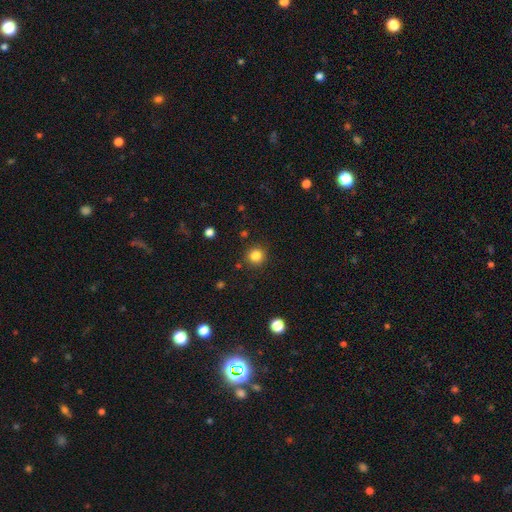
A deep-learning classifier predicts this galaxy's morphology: This is clearly a smooth galaxy (83%). How rounded: clearly round (94%). Merging: clearly none (89%).